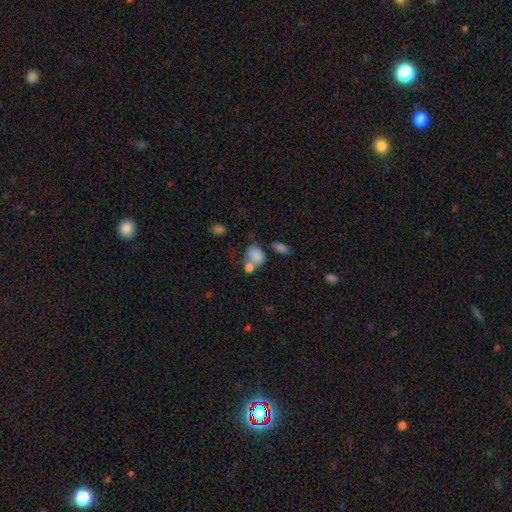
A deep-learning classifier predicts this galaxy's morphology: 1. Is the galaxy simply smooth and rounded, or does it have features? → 80% smooth, 10% star or artifact, 10% featured or disk.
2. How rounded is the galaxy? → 62% in between, 37% round, 1% cigar-shaped.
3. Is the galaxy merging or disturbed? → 43% merger, 34% none, 15% minor disturbance, 9% major disturbance.